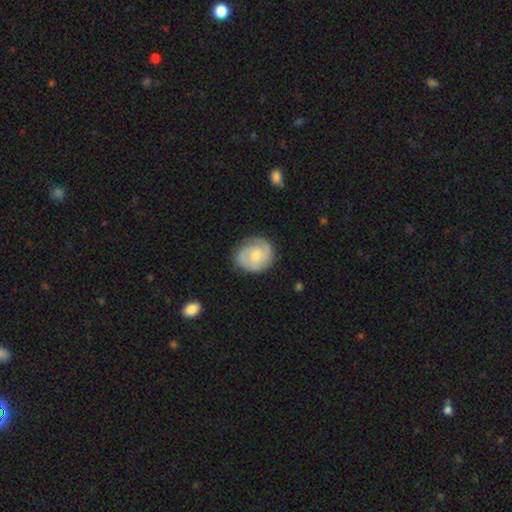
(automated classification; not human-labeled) Overall: featured or disk (63%; smooth 31%). Edge-on disk: no (98%). Bar: no (62%; weak 34%). Spiral arms: yes (91%). Spiral arm count: 2 (58%; can't tell 19%). Spiral winding: tight (49%; medium 39%). Bulge size: small (45%, tied with moderate). Merging: none (78%).